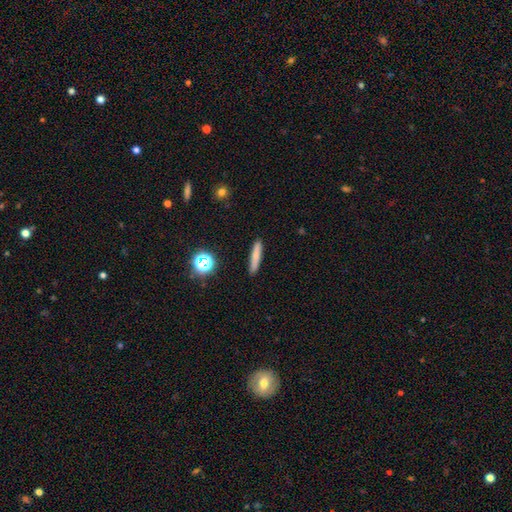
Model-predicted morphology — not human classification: This appears to be a smooth galaxy with no disk features (75%) that is cigar-shaped (89%). Merging: none (89%).